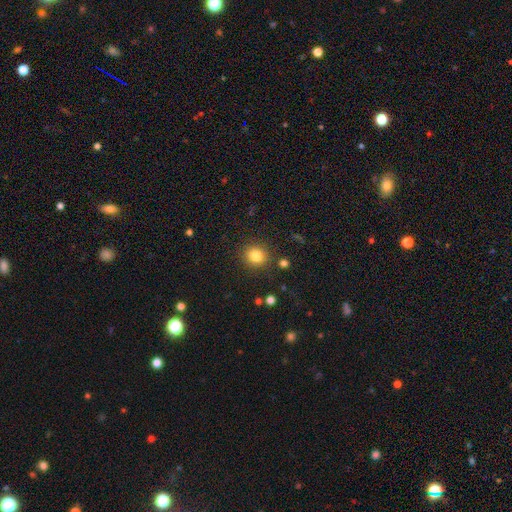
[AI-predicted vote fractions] A smooth galaxy with no disk features (83%) that is round (85%). Merging: none (86%).